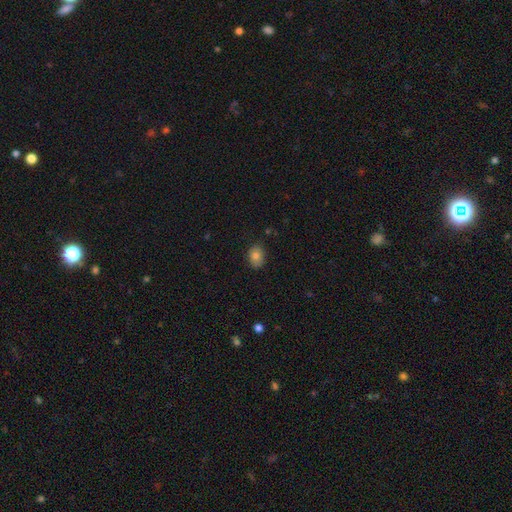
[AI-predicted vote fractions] smooth-or-featured: smooth: 81% | star or artifact: 10% | featured or disk: 10%
  how-rounded: in between: 62% | round: 37% | cigar-shaped: 1%
  merging: none: 80% | minor disturbance: 16% | major disturbance: 3% | merger: 1%